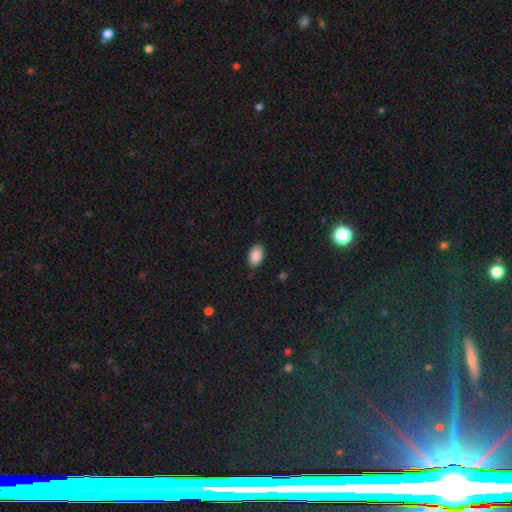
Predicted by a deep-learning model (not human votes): Morphology: type=smooth (89%); roundness=in between (91%); merging=none (83%).